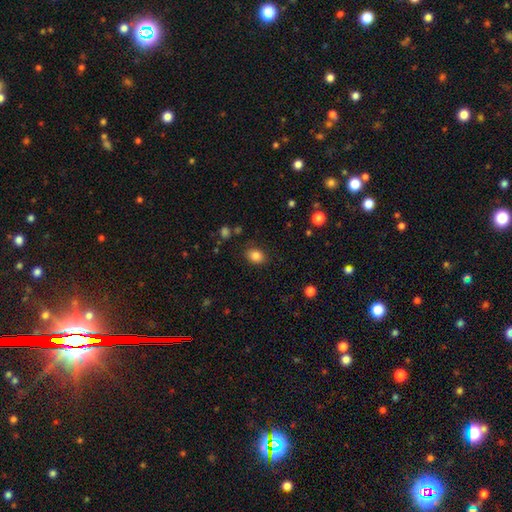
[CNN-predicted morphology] A smooth galaxy with no disk features (84%) that is in between round and cigar-shaped (64%).

Vote fractions:
- Smooth or featured? smooth: 84% / star or artifact: 10% / featured or disk: 6%
- How rounded? in between: 64% / round: 35% / cigar-shaped: 1%
- Merging? none: 84% / minor disturbance: 11% / major disturbance: 3% / merger: 2%